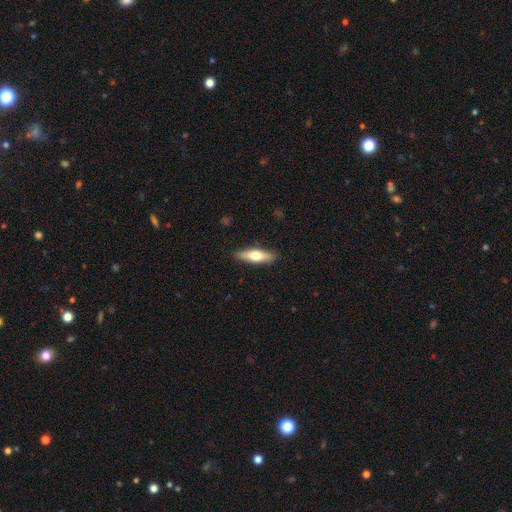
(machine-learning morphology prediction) The model was most divided on "how rounded": cigar-shaped: 56%, in between: 42%, round: 2%. More confident: merging — none (88%); smooth or featured — smooth (61%).